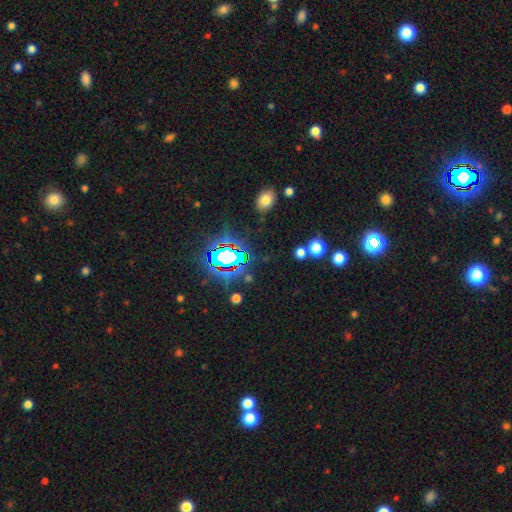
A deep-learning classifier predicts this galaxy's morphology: Q: Smooth or featured?
A: star or artifact (81%); runner-up: smooth (11%)